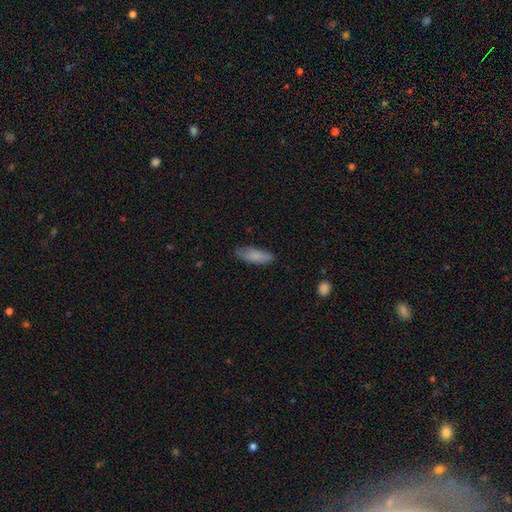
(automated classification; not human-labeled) smooth_or_featured: smooth (p=0.84) [alt: featured or disk p=0.10]
how_rounded: in between (p=0.66) [alt: cigar-shaped p=0.33]
merging: none (p=0.79) [alt: minor disturbance p=0.17]